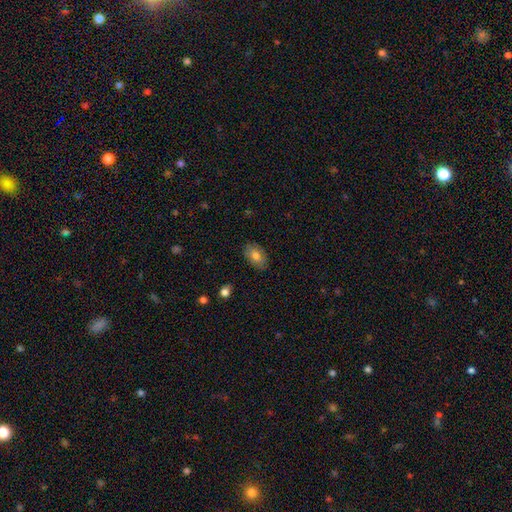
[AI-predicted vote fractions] Smooth or featured?
  - smooth: 76% *
  - featured or disk: 17%
  - star or artifact: 7%
How rounded?
  - in between: 90% *
  - round: 9%
  - cigar-shaped: 1%
Merging?
  - none: 84% *
  - minor disturbance: 12%
  - major disturbance: 3%
  - merger: 1%